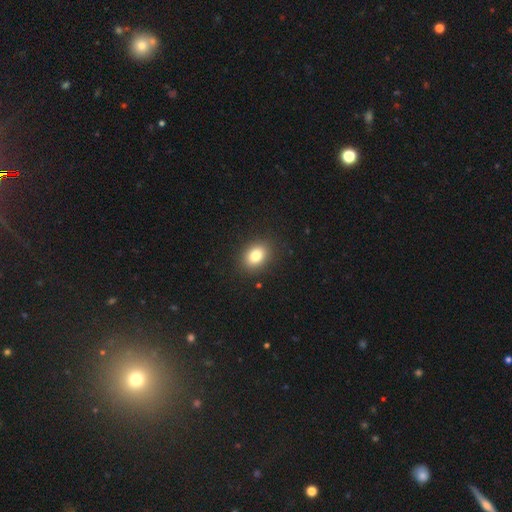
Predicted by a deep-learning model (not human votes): smooth-or-featured: smooth: 82% | star or artifact: 11% | featured or disk: 8%
  how-rounded: in between: 62% | round: 37% | cigar-shaped: 1%
  merging: none: 88% | minor disturbance: 8% | major disturbance: 3% | merger: 1%